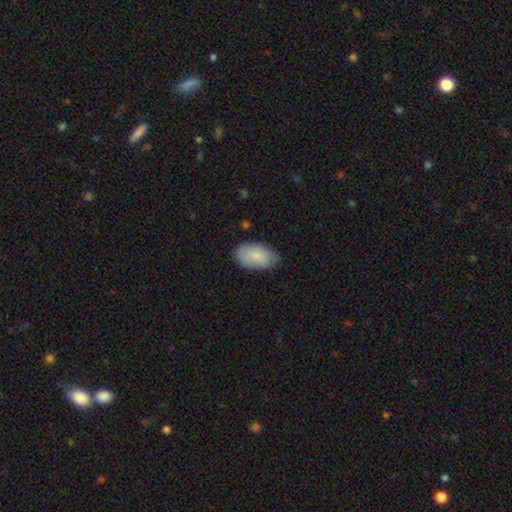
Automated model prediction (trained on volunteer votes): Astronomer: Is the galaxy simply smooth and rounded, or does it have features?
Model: smooth — 83%.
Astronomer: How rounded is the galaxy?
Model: in between — 94%.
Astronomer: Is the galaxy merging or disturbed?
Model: none — 77%.